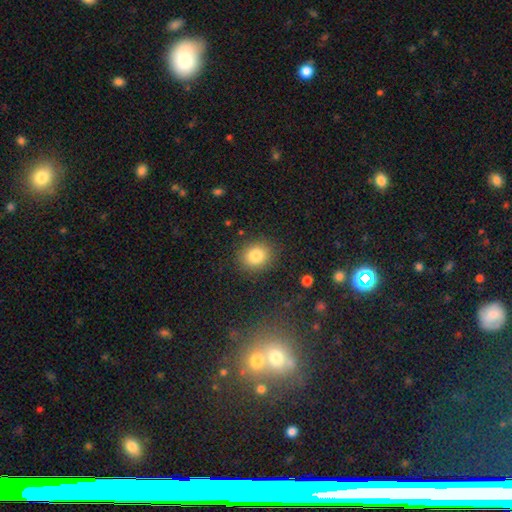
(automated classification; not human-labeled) smooth 82%, star or artifact 10%, featured or disk 7%. Down the decision tree: how rounded — round (71%); merging — none (87%).